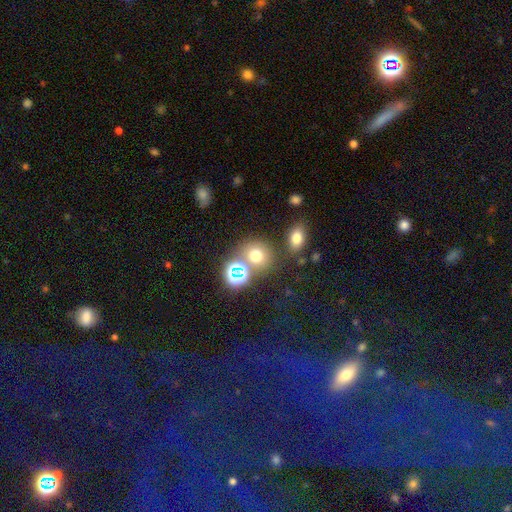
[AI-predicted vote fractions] The model was most divided on "smooth or featured": smooth: 68%, star or artifact: 23%, featured or disk: 10%. More confident: how rounded — round (78%); merging — none (66%).